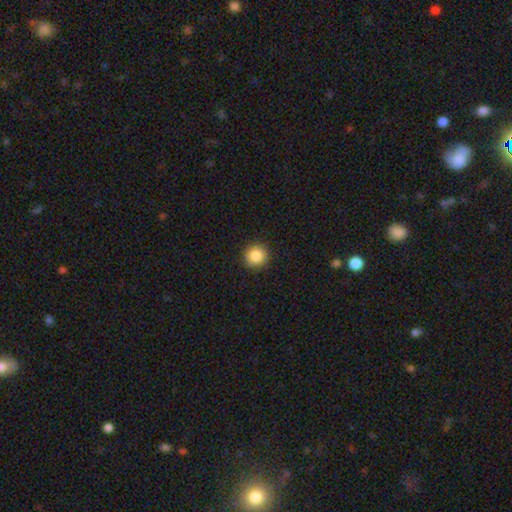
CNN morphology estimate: smooth-or-featured: smooth: 87% | star or artifact: 9% | featured or disk: 4%
  how-rounded: round: 93% | in between: 6% | cigar-shaped: 1%
  merging: none: 92% | minor disturbance: 5% | major disturbance: 2% | merger: 1%